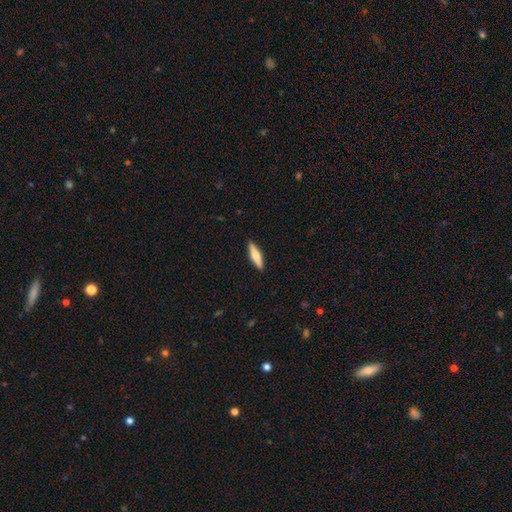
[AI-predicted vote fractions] Overall: smooth (62%; featured or disk 32%). How rounded: cigar-shaped (75%). Merging: none (91%).